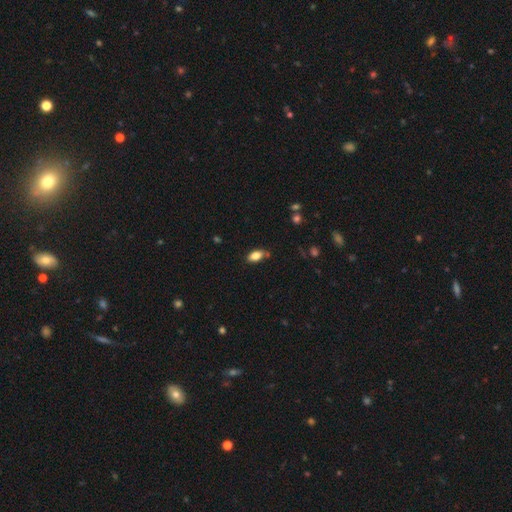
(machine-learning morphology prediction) type=smooth (83%); roundness=in between (91%); merging=none (75%).